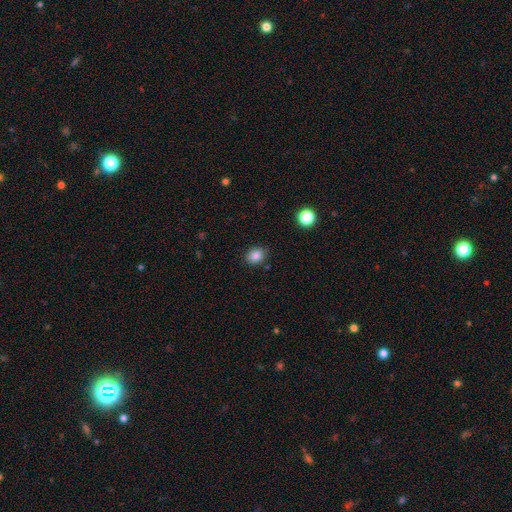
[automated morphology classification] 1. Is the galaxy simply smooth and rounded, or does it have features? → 85% smooth, 10% star or artifact, 5% featured or disk.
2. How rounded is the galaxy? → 54% round, 45% in between, 1% cigar-shaped.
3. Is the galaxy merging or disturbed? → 84% none, 11% minor disturbance, 3% major disturbance, 2% merger.